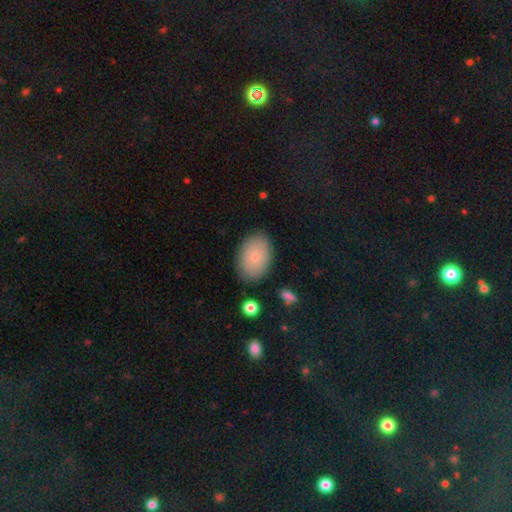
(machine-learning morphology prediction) smooth-or-featured: smooth: 81% | featured or disk: 13% | star or artifact: 7%
  how-rounded: in between: 88% | round: 10% | cigar-shaped: 1%
  merging: none: 84% | minor disturbance: 12% | major disturbance: 3% | merger: 2%